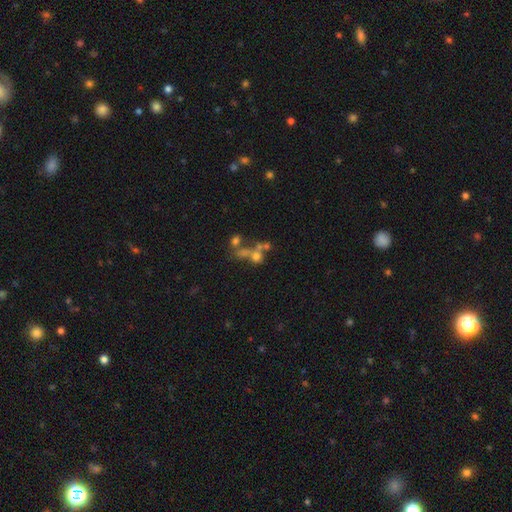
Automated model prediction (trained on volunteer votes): A smooth galaxy with no disk features (52%) that is round (65%). Merging: merger (46%).